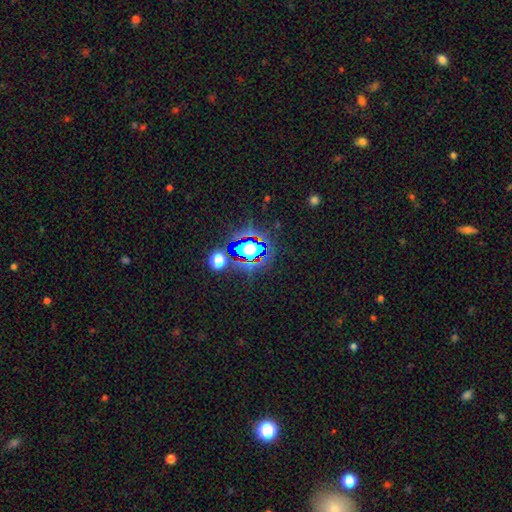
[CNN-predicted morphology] The model was most divided on "smooth or featured": star or artifact: 80%, smooth: 12%, featured or disk: 8%.